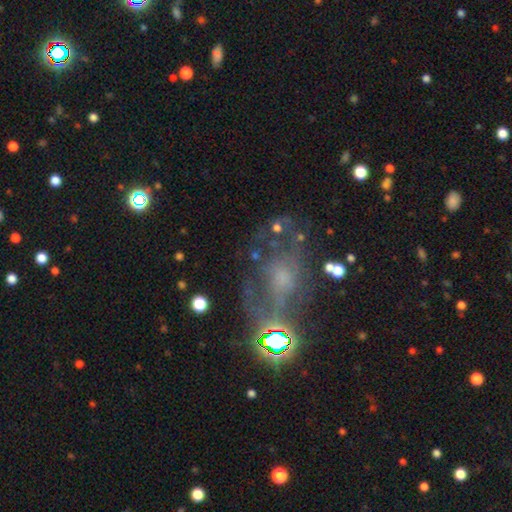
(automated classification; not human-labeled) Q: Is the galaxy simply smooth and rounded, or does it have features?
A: featured or disk — 44%.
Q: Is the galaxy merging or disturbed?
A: none — 44%.